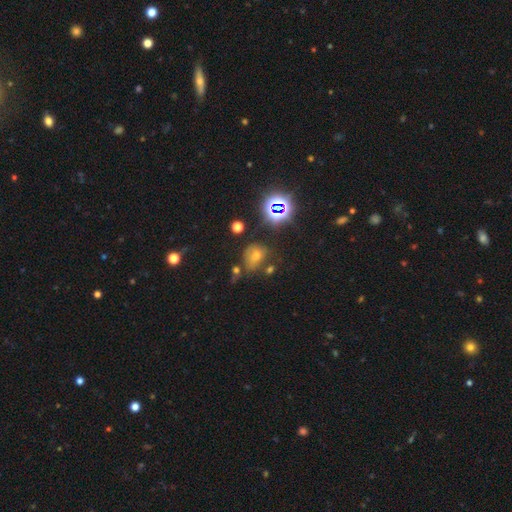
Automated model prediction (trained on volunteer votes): A smooth galaxy with no disk features (43%).

Vote fractions:
- Smooth or featured? smooth: 43% / star or artifact: 41% / featured or disk: 16%
- Merging? none: 65% / minor disturbance: 18% / merger: 9% / major disturbance: 8%